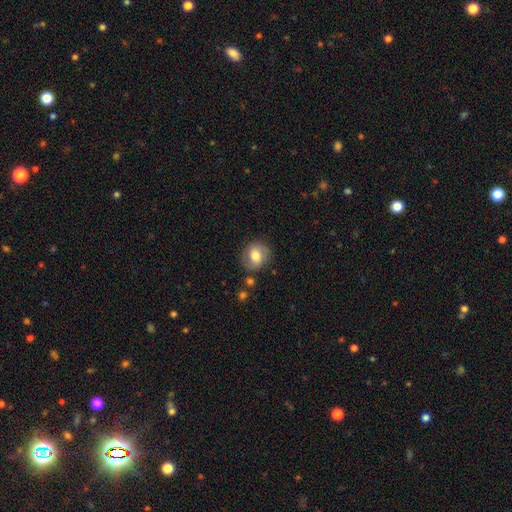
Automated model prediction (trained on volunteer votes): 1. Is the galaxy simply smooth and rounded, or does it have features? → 71% smooth, 21% featured or disk, 9% star or artifact.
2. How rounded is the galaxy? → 74% round, 25% in between, 1% cigar-shaped.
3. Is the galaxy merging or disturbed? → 79% none, 13% minor disturbance, 4% major disturbance, 3% merger.